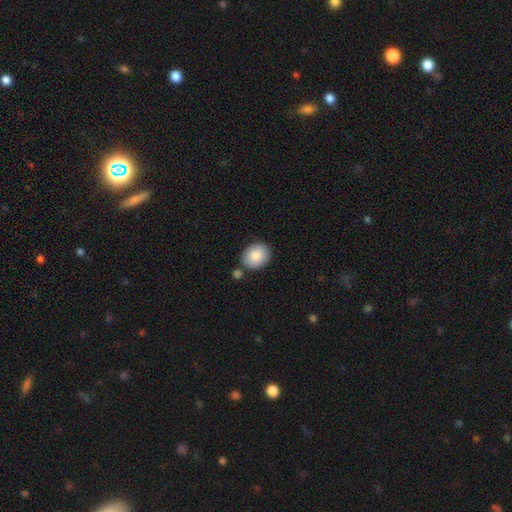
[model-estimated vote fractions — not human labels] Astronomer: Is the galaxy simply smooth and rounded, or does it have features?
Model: smooth — 87%.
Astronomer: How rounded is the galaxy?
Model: round — 56% (runner-up: in between, 43%).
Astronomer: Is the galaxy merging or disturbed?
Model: none — 74%.